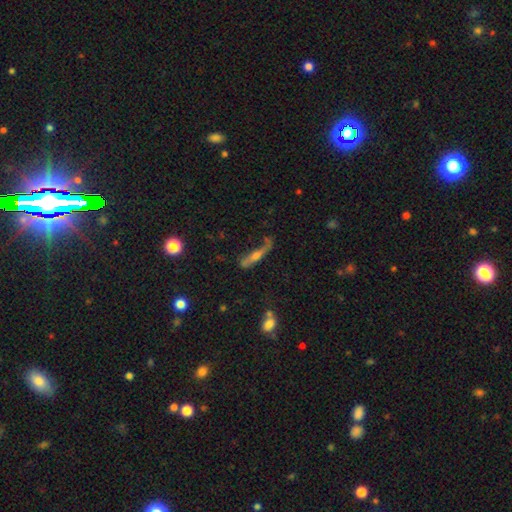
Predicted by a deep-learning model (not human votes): A featured or disk galaxy (50%).

Vote fractions:
- Smooth or featured? featured or disk: 50% / smooth: 41% / star or artifact: 10%
- Merging? none: 46% / minor disturbance: 25% / major disturbance: 20% / merger: 8%